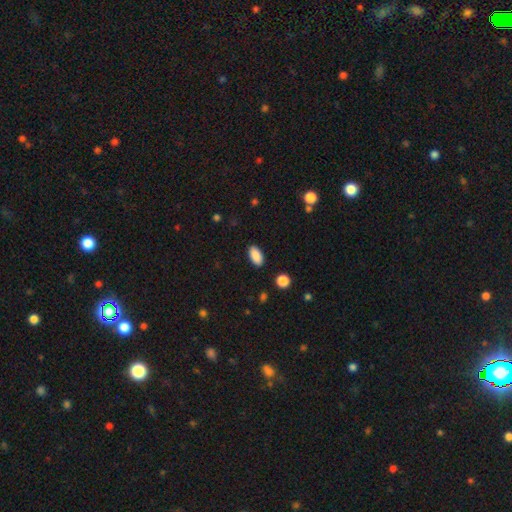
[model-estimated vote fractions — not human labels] This is clearly a smooth galaxy (89%). How rounded: clearly in between (92%). Merging: clearly none (89%).